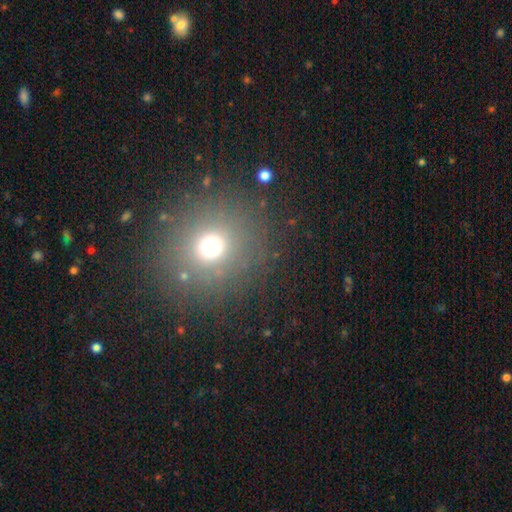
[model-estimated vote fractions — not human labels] A smooth galaxy with no disk features (62%) that is round (84%). Merging: none (89%).